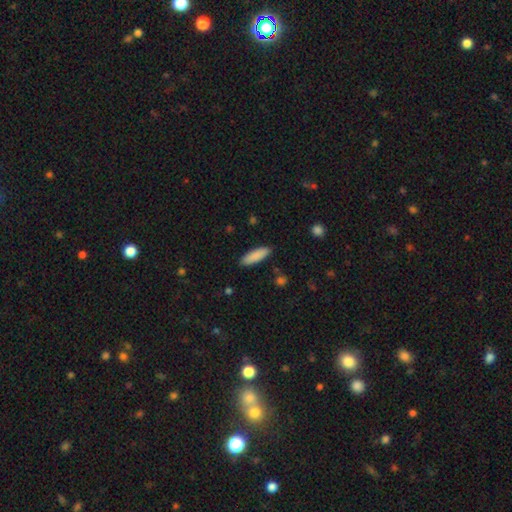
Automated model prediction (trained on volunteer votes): Smooth or featured? smooth (88%)
How rounded? cigar-shaped (51%)
Merging? none (88%)